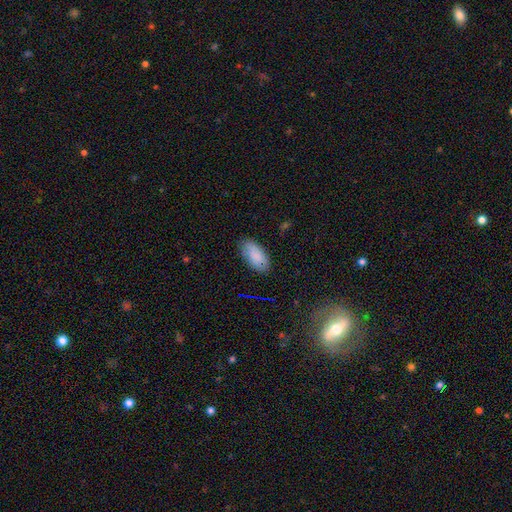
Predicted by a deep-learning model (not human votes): A smooth galaxy with no disk features (84%) that is in between round and cigar-shaped (93%). Merging: none (81%).